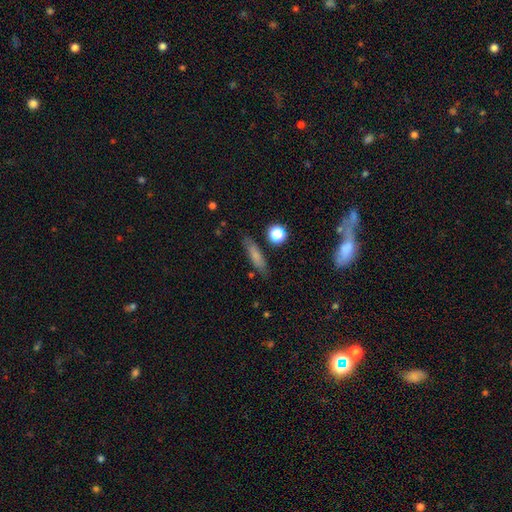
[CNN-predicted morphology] smooth 72%, featured or disk 18%, star or artifact 10%. Down the decision tree: how rounded — cigar-shaped (68%); merging — none (82%).